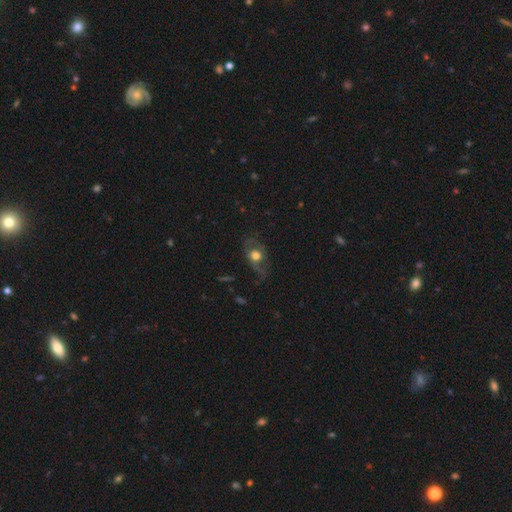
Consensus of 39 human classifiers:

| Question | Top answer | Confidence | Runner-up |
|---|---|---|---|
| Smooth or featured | featured or disk | 49% | smooth (41%) |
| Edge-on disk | no | 84% | yes (16%) |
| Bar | no | 94% | weak (6%) |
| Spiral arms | yes | 50% | tied: no (50%) |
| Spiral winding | medium | 50% | tied: loose (50%) |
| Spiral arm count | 2 | 75% | 1 (25%) |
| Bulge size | moderate | 75% | large (25%) |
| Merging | none | 51% | major disturbance (26%) |